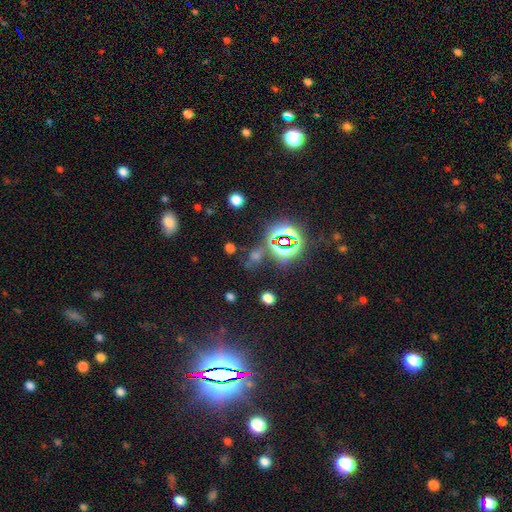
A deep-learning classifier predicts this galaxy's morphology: Smooth or featured? star or artifact (63%)